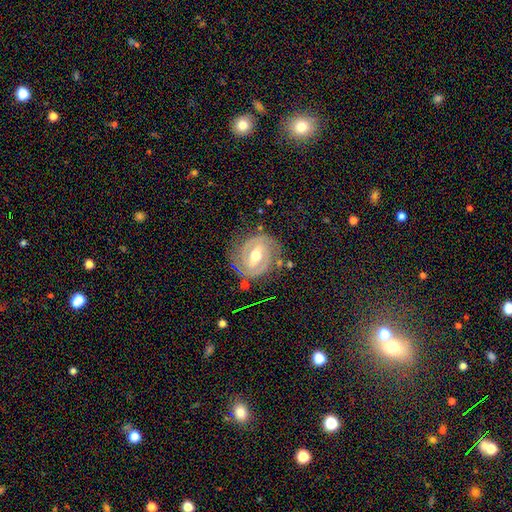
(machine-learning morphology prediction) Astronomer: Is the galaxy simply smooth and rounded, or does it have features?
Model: featured or disk — 84%.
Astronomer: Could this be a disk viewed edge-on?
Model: no — 96%.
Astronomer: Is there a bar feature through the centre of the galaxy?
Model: strong — 43% (runner-up: weak, 42%).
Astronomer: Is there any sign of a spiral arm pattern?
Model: yes — 91%.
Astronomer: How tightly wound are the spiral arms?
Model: tight — 65%.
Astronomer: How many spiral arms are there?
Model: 2 — 75%.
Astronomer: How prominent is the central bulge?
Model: moderate — 75%.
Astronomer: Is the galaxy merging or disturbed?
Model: none — 76%.